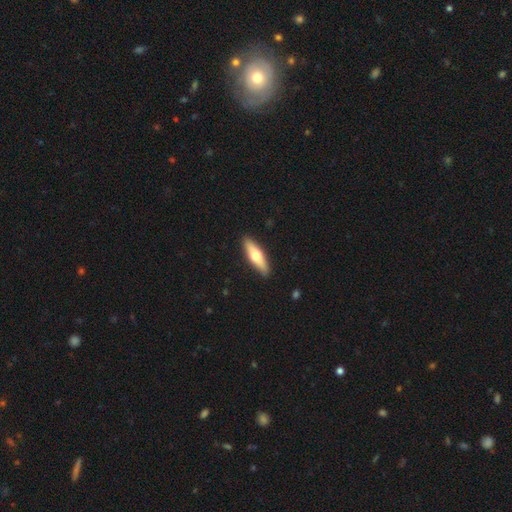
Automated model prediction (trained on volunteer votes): Smooth or featured?
  - smooth: 54% *
  - featured or disk: 41%
  - star or artifact: 5%
How rounded?
  - cigar-shaped: 60% *
  - in between: 38%
  - round: 2%
Merging?
  - none: 90% *
  - minor disturbance: 7%
  - major disturbance: 2%
  - merger: 1%